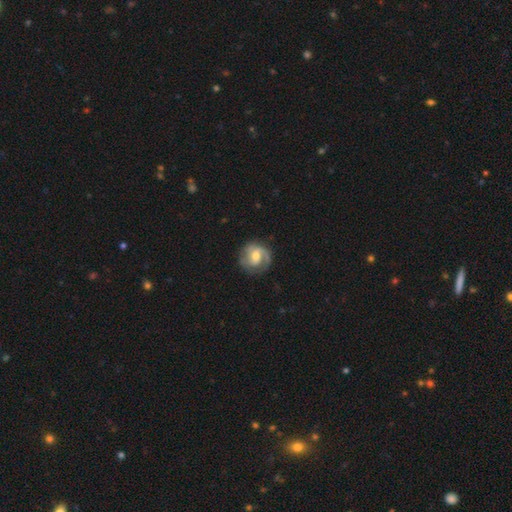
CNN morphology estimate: The model was most divided on "bar": no: 46%, weak: 43%, strong: 11%. Remaining: edge-on disk — no (98%); spiral arms — yes (94%); smooth or featured — featured or disk (77%); merging — none (75%); bulge size — moderate (61%); spiral arm count — 2 (61%); spiral winding — medium (43%).